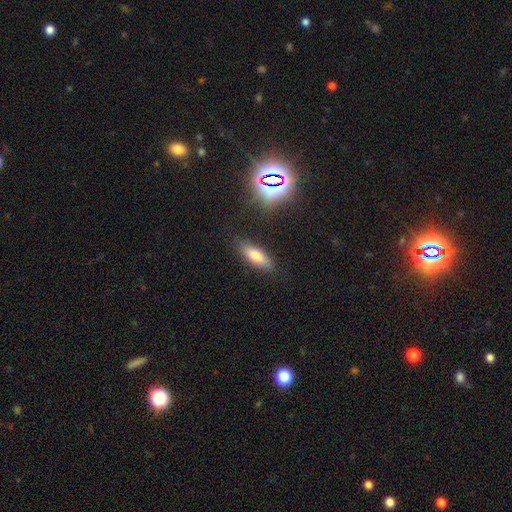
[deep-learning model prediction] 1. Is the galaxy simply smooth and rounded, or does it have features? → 70% smooth, 19% featured or disk, 11% star or artifact.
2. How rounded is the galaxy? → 60% in between, 37% cigar-shaped, 3% round.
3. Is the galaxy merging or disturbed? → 84% none, 11% minor disturbance, 3% major disturbance, 2% merger.